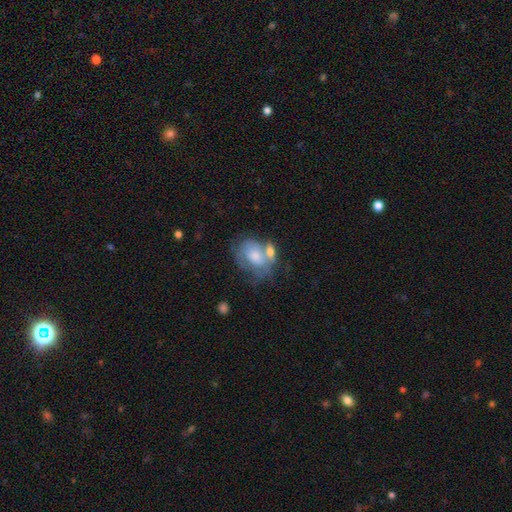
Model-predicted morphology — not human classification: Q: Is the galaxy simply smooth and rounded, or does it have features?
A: smooth — 54%.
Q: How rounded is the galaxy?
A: in between — 70%.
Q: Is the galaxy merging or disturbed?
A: merger — 34%.